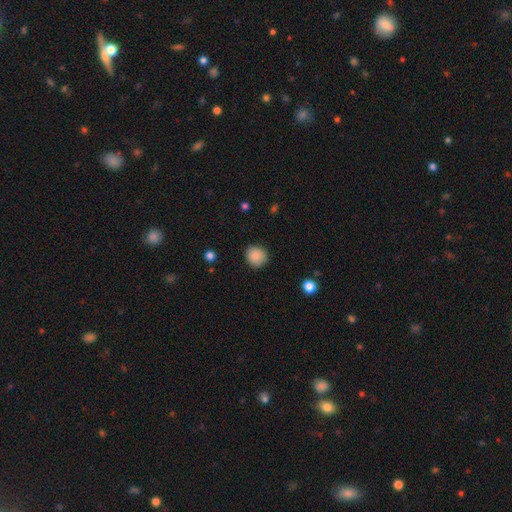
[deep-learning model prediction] A smooth galaxy with no disk features (88%) that is round (89%). Merging: none (88%).